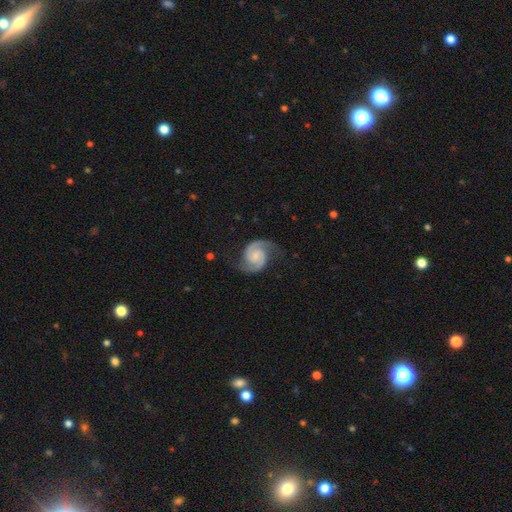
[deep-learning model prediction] A featured or disk galaxy (92%) with no bar (66%), 2 (94%) medium (53%) spiral arms (99%) and a small central bulge (51%).

Vote fractions:
- Smooth or featured? featured or disk: 92% / star or artifact: 4% / smooth: 4%
- Edge-on disk? no: 98% / yes: 2%
- Bar? no: 66% / weak: 28% / strong: 6%
- Spiral arms? yes: 99% / no: 1%
- Spiral winding? medium: 53% / tight: 36% / loose: 11%
- Spiral arm count? 2: 94% / can't tell: 1% / 3: 1% / 1: 1% / 4: 1% / more than 4: 1%
- Bulge size? small: 51% / moderate: 25% / none: 20% / large: 2% / dominant: 1%
- Merging? none: 78% / minor disturbance: 16% / major disturbance: 5% / merger: 1%